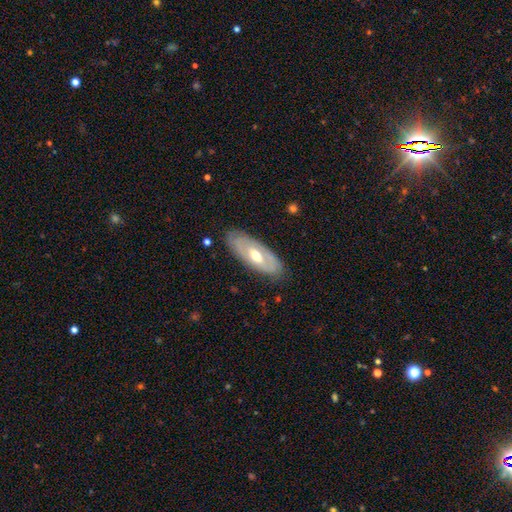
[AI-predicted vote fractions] This is possibly a featured or disk galaxy (58%). It is likely not viewed edge-on (79%). Merging: clearly none (82%).